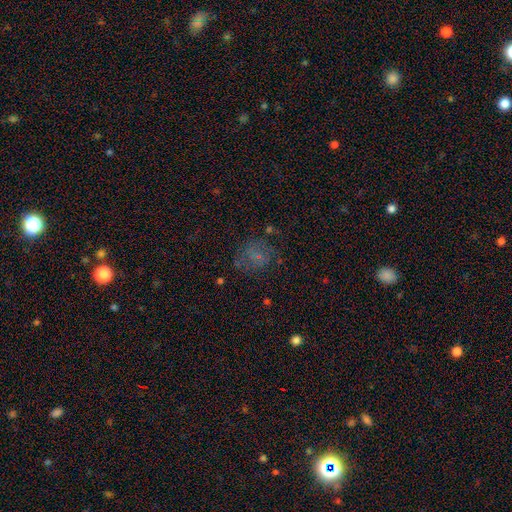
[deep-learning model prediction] The model was most divided on "smooth or featured": smooth: 53%, featured or disk: 25%, star or artifact: 22%. More confident: how rounded — round (68%); merging — none (60%).